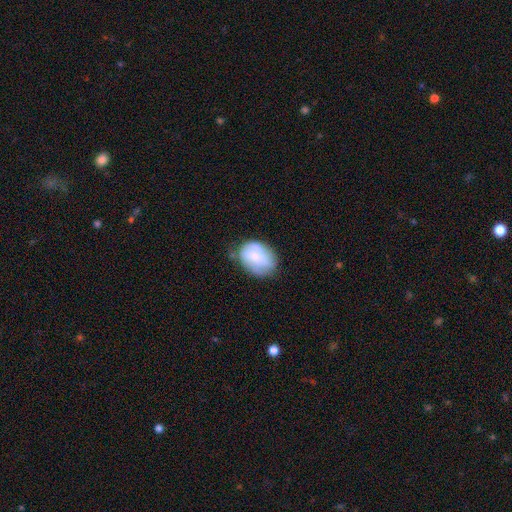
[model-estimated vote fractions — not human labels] smooth 61%, featured or disk 31%, star or artifact 8%. Down the decision tree: how rounded — in between (69%); merging — none (50%).